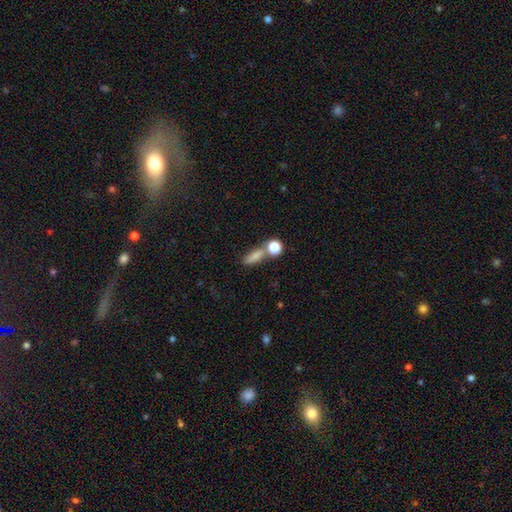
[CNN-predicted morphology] Smooth or featured? smooth (75%)
How rounded? in between (51%)
Merging? none (54%)